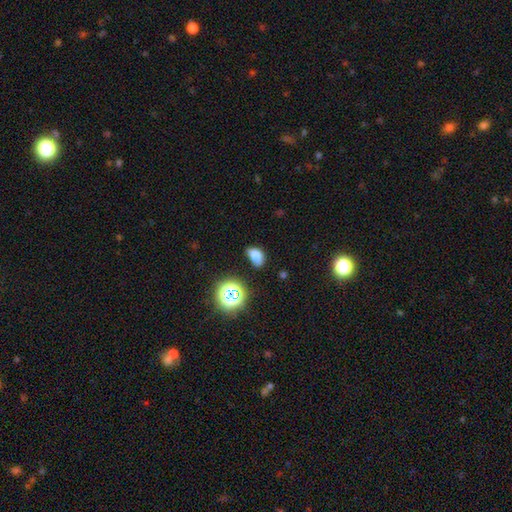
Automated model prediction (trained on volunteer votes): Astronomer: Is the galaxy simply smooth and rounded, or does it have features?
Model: smooth — 74%.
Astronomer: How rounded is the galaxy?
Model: in between — 82%.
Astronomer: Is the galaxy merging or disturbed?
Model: none — 57%.